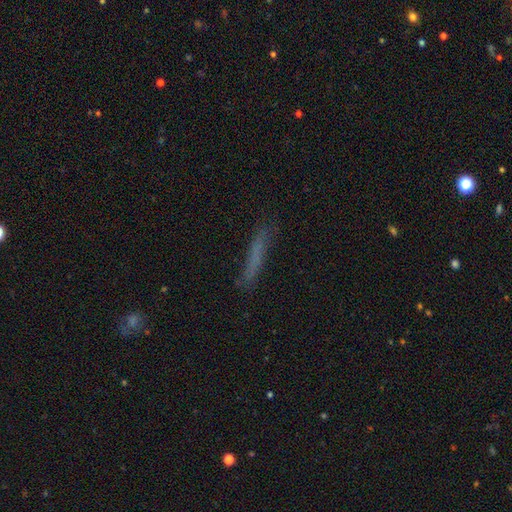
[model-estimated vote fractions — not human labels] smooth-or-featured: smooth: 61% | featured or disk: 29% | star or artifact: 11%
  how-rounded: cigar-shaped: 94% | in between: 5% | round: 2%
  merging: none: 78% | minor disturbance: 16% | major disturbance: 4% | merger: 2%